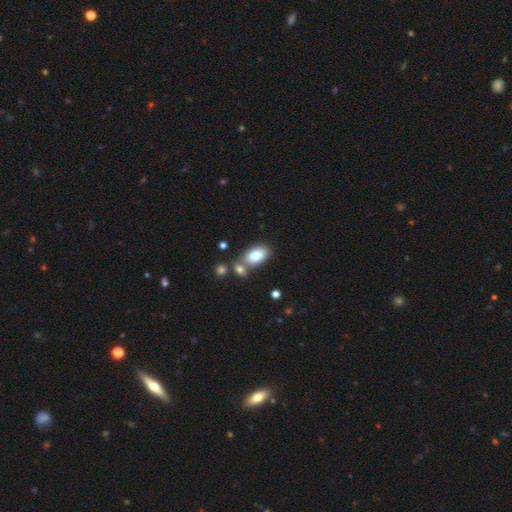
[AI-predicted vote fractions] Smooth or featured: smooth — 80% (featured or disk — 13%)
How rounded: in between — 91% (round — 7%)
Merging: none — 58% (merger — 27%)